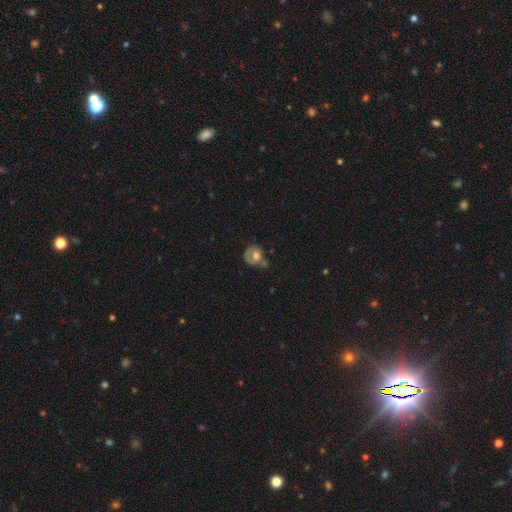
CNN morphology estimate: Smooth or featured? smooth (54%)
How rounded? round (69%)
Merging? none (43%)